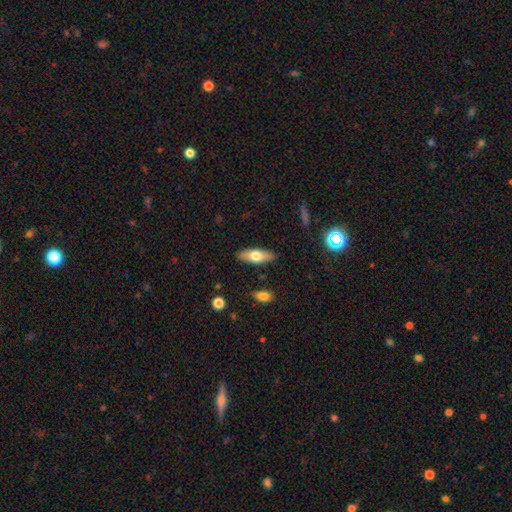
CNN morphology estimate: Smooth or featured?
  - smooth: 64% *
  - featured or disk: 30%
  - star or artifact: 6%
How rounded?
  - in between: 70% *
  - cigar-shaped: 28%
  - round: 3%
Merging?
  - none: 87% *
  - minor disturbance: 10%
  - major disturbance: 2%
  - merger: 2%